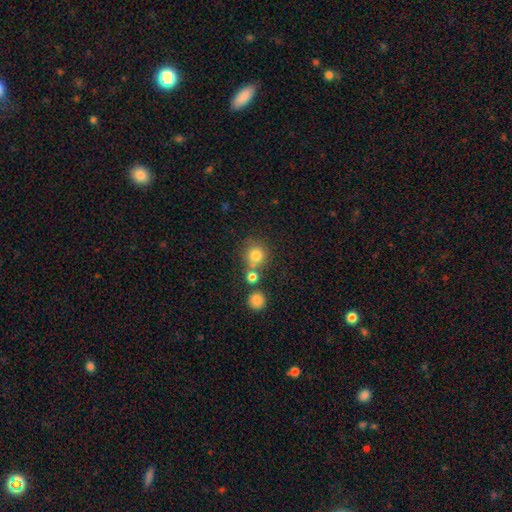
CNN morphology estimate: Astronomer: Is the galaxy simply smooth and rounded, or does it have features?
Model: smooth — 79%.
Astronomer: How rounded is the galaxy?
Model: round — 89%.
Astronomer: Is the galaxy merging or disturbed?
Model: none — 62%.